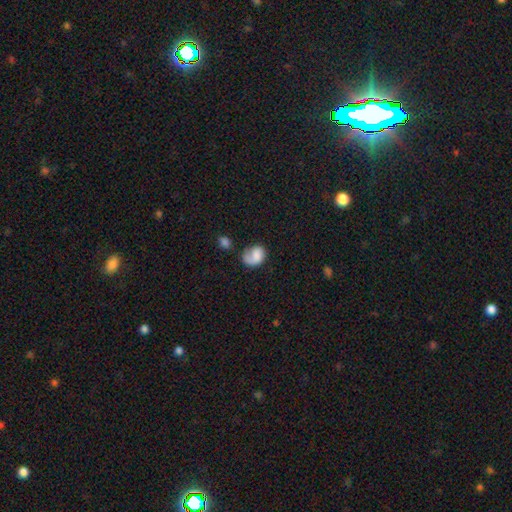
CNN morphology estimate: Q: Smooth or featured?
A: smooth (63%); runner-up: featured or disk (29%)
Q: How rounded?
A: in between (55%); runner-up: round (44%)
Q: Merging?
A: none (38%); runner-up: major disturbance (28%)